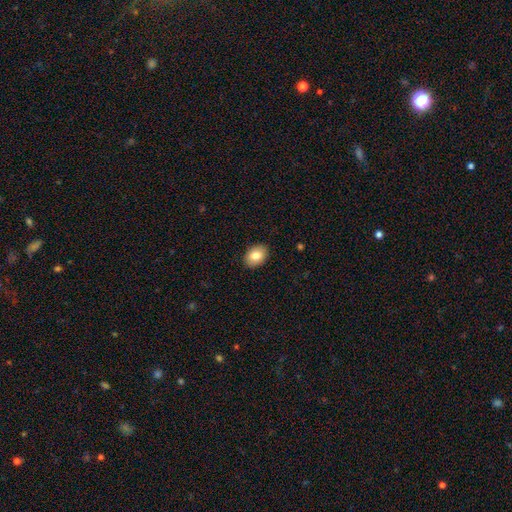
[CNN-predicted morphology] smooth 82%, featured or disk 10%, star or artifact 8%. Down the decision tree: how rounded — in between (78%); merging — none (90%).